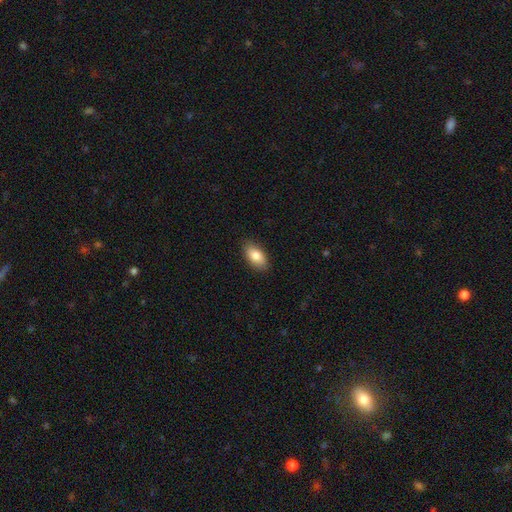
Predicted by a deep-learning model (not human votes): Q: Smooth or featured?
A: smooth (84%); runner-up: featured or disk (9%)
Q: How rounded?
A: in between (92%); runner-up: cigar-shaped (4%)
Q: Merging?
A: none (88%); runner-up: minor disturbance (9%)